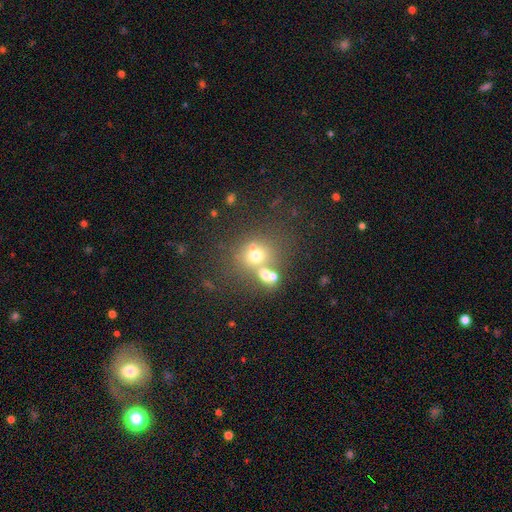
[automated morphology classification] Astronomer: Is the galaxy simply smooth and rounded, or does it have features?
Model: smooth — 62%.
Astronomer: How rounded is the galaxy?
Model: round — 74%.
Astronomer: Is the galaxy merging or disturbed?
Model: none — 43% (runner-up: merger, 41%).